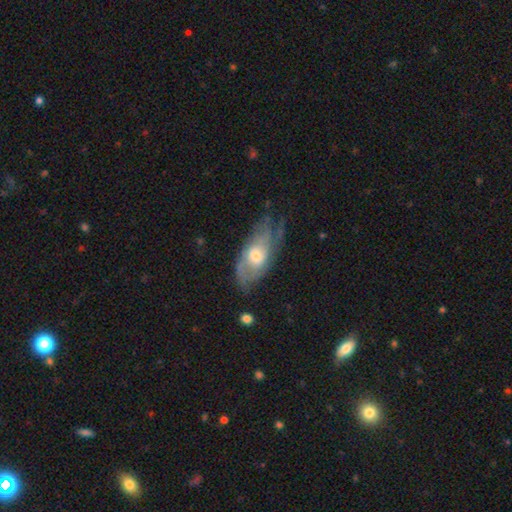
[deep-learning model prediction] smooth_or_featured: featured or disk (p=0.66) [alt: smooth p=0.28]
disk_edge_on: no (p=0.88) [alt: yes p=0.12]
bar: no (p=0.69) [alt: weak p=0.27]
has_spiral_arms: yes (p=0.79) [alt: no p=0.21]
bulge_size: moderate (p=0.58) [alt: small p=0.27]
merging: none (p=0.53) [alt: minor disturbance p=0.28]